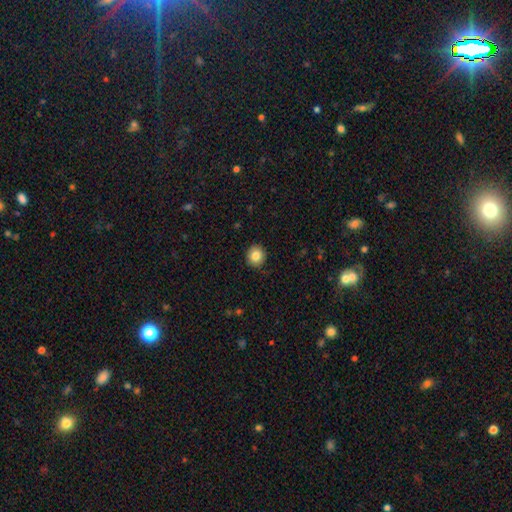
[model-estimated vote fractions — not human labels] smooth-or-featured: smooth: 84% | star or artifact: 9% | featured or disk: 7%
  how-rounded: round: 89% | in between: 10% | cigar-shaped: 1%
  merging: none: 90% | minor disturbance: 7% | major disturbance: 2% | merger: 1%